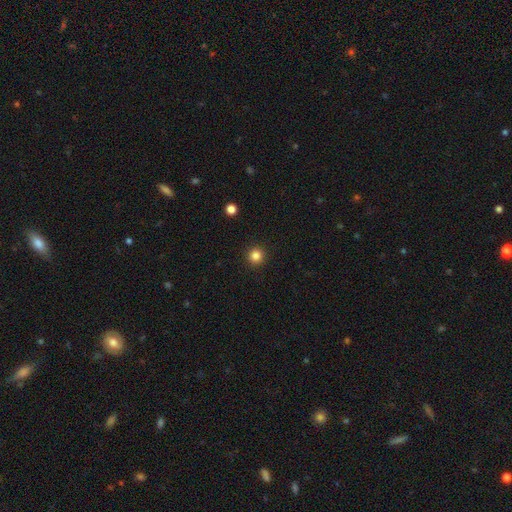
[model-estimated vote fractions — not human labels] Smooth or featured? Predicted: smooth (p=0.84). How rounded? Predicted: round (p=0.95). Merging? Predicted: none (p=0.93).